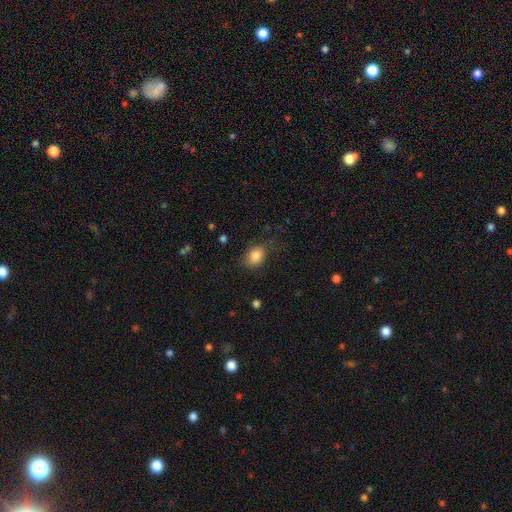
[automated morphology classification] This appears to be a smooth galaxy with no disk features (83%) that is in between round and cigar-shaped (65%). Merging: none (72%).